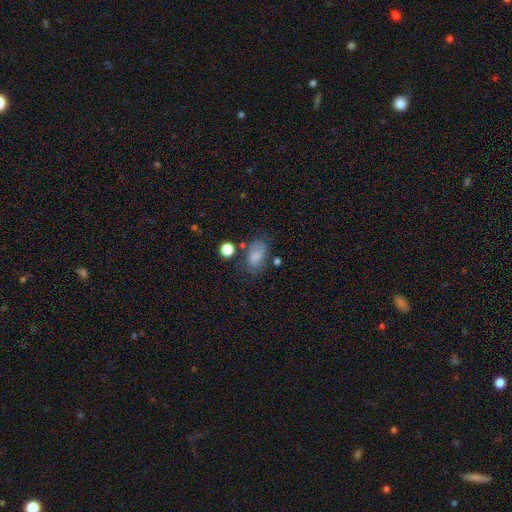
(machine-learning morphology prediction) A smooth galaxy with no disk features (77%) that is in between round and cigar-shaped (86%).

Vote fractions:
- Smooth or featured? smooth: 77% / featured or disk: 13% / star or artifact: 10%
- How rounded? in between: 86% / round: 13% / cigar-shaped: 2%
- Merging? none: 61% / minor disturbance: 23% / major disturbance: 9% / merger: 7%